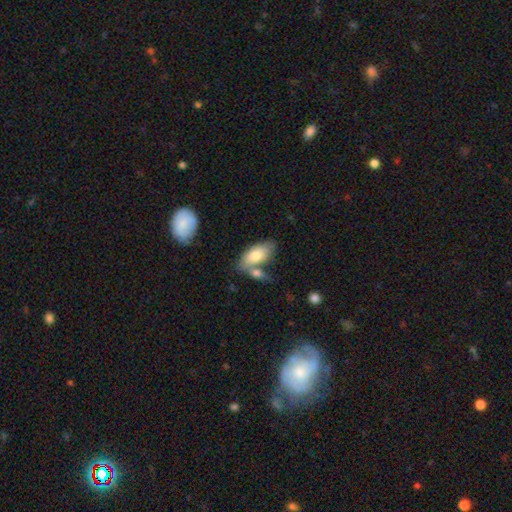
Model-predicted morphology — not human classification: Smooth or featured?
  - smooth: 76% *
  - featured or disk: 19%
  - star or artifact: 6%
How rounded?
  - in between: 88% *
  - cigar-shaped: 9%
  - round: 3%
Merging?
  - none: 47% *
  - merger: 33%
  - minor disturbance: 15%
  - major disturbance: 5%